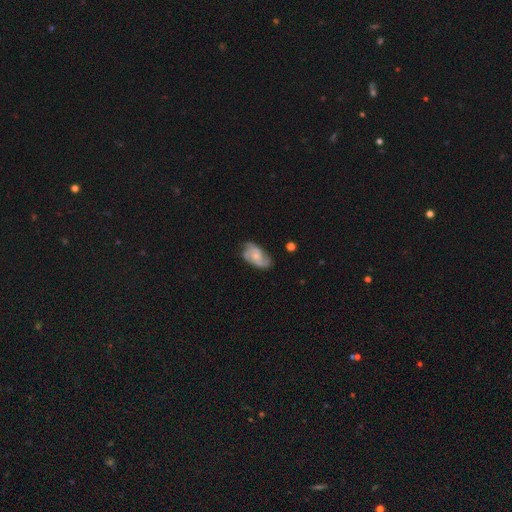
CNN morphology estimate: This appears to be a featured or disk galaxy (72%) with no bar (71%), 3 (38%) medium (48%) spiral arms (93%) and a small central bulge (56%). Merging: none (67%).